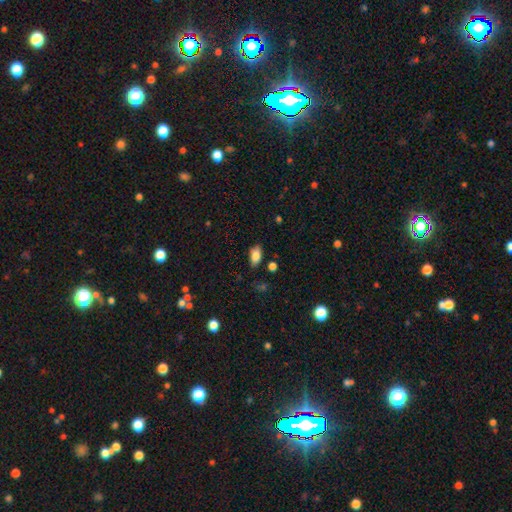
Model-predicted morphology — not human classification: Overall: smooth (81%). How rounded: in between (90%). Merging: none (77%).